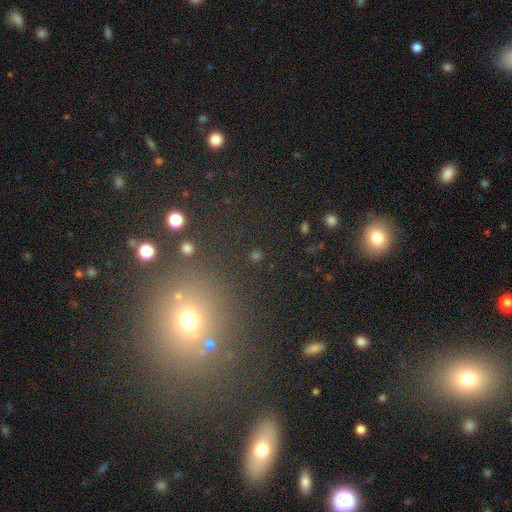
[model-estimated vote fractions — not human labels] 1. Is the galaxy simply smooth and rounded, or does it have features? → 50% smooth, 40% star or artifact, 10% featured or disk.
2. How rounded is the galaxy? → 82% round, 15% in between, 3% cigar-shaped.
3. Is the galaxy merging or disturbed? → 82% none, 8% minor disturbance, 5% merger, 4% major disturbance.